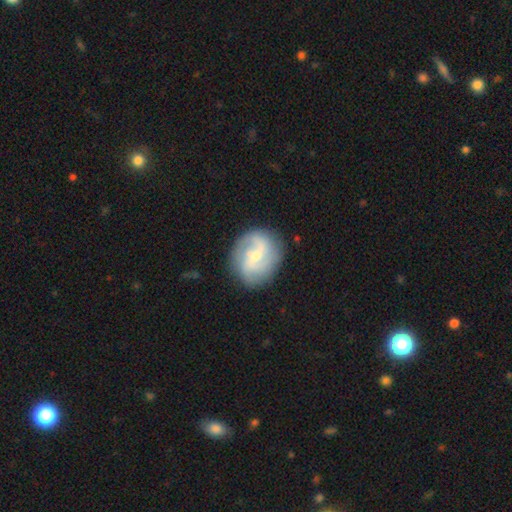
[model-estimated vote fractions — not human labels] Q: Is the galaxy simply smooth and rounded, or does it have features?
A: featured or disk — 78%.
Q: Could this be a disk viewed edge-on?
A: no — 97%.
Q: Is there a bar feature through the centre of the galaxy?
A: weak — 48%.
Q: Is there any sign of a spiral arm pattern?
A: yes — 94%.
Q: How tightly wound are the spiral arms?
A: medium — 42%.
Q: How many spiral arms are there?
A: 2 — 66%.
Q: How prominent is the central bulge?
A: small — 59%.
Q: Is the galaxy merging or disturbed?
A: none — 80%.